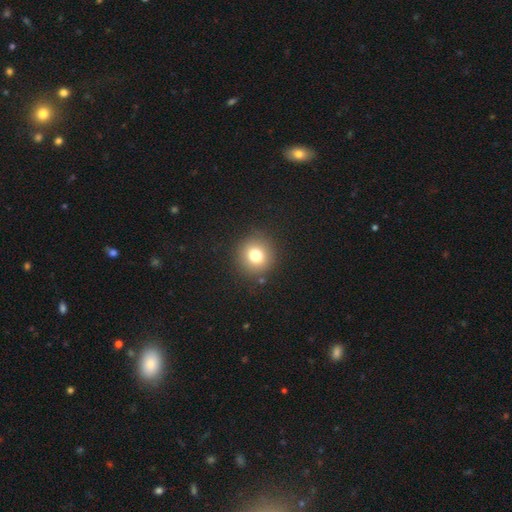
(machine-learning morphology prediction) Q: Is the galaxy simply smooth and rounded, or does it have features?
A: smooth — 78%.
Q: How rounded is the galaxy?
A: round — 88%.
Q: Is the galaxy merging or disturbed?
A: none — 88%.